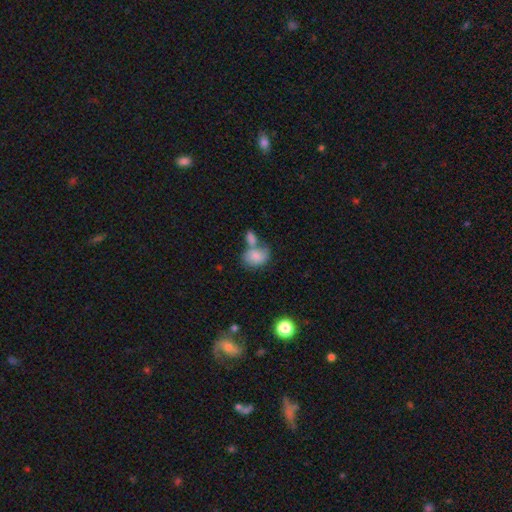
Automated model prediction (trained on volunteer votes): Q: Smooth or featured?
A: smooth (78%); runner-up: featured or disk (14%)
Q: How rounded?
A: in between (74%); runner-up: round (25%)
Q: Merging?
A: merger (52%); runner-up: none (29%)